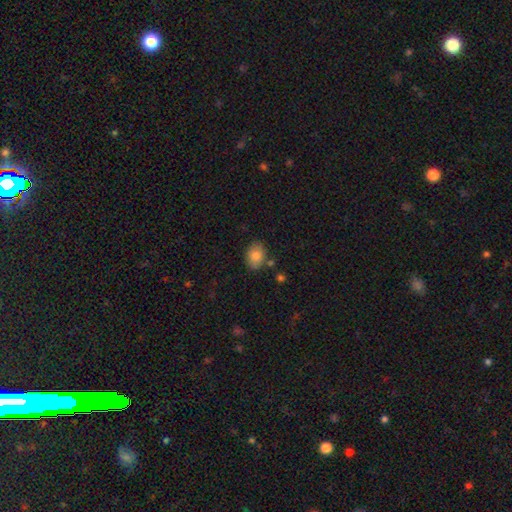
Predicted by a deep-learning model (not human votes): Smooth or featured? Predicted: smooth (p=0.82). How rounded? Predicted: in between (p=0.76). Merging? Predicted: none (p=0.80).